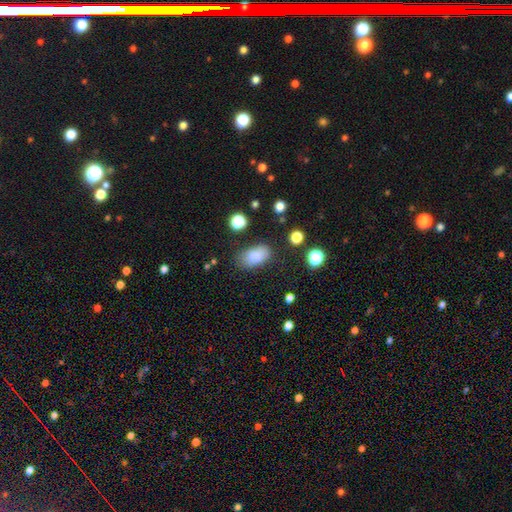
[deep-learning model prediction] smooth_or_featured: smooth (p=0.84) [alt: star or artifact p=0.10]
how_rounded: in between (p=0.92) [alt: round p=0.06]
merging: none (p=0.70) [alt: minor disturbance p=0.20]